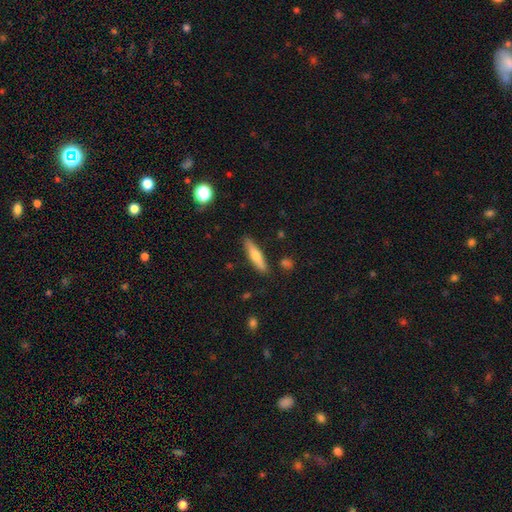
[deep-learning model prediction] This is possibly a smooth galaxy (57%). How rounded: likely cigar-shaped (79%). Merging: clearly none (87%).